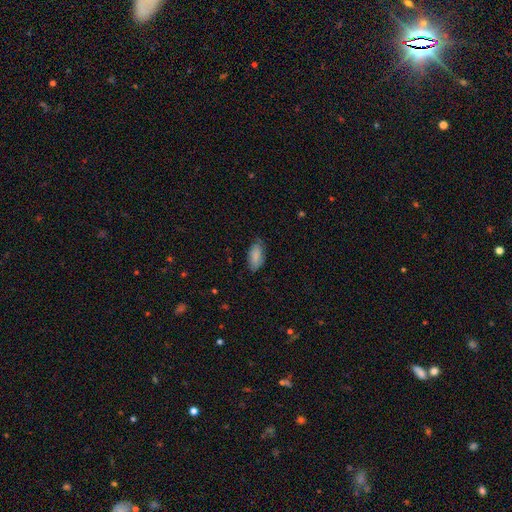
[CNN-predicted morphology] smooth-or-featured: smooth: 84% | featured or disk: 10% | star or artifact: 6%
  how-rounded: in between: 91% | cigar-shaped: 6% | round: 2%
  merging: none: 72% | minor disturbance: 23% | major disturbance: 4% | merger: 1%